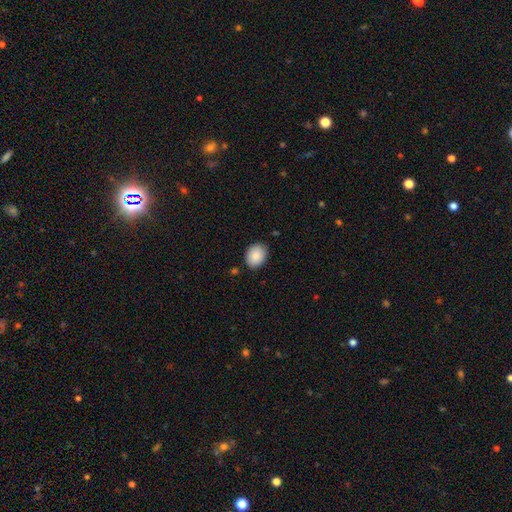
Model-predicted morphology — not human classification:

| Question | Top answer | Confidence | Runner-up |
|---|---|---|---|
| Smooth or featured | smooth | 88% | star or artifact (7%) |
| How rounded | in between | 63% | round (36%) |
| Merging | none | 84% | minor disturbance (12%) |